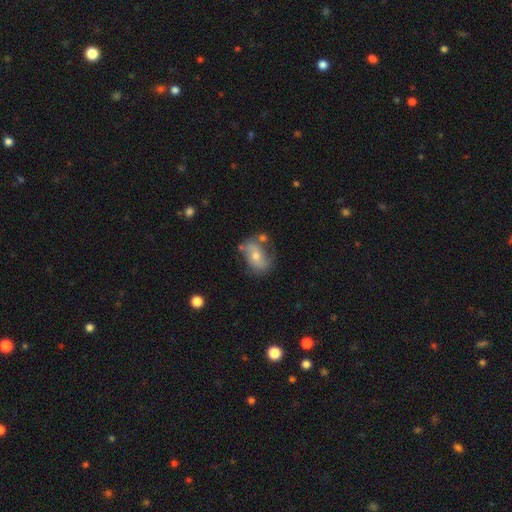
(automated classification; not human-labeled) featured or disk 53%, smooth 39%, star or artifact 8%. Down the decision tree: edge-on disk — no (95%); bar — no (59%); spiral arms — yes (72%); bulge size — moderate (62%); merging — none (52%).